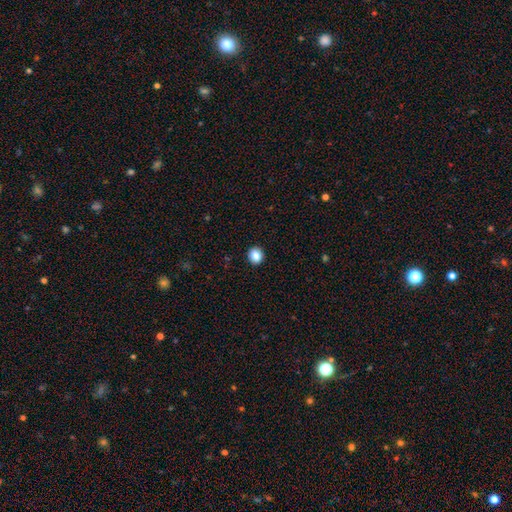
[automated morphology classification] smooth_or_featured: smooth (p=0.86) [alt: star or artifact p=0.10]
how_rounded: round (p=0.81) [alt: in between p=0.18]
merging: none (p=0.93) [alt: minor disturbance p=0.05]